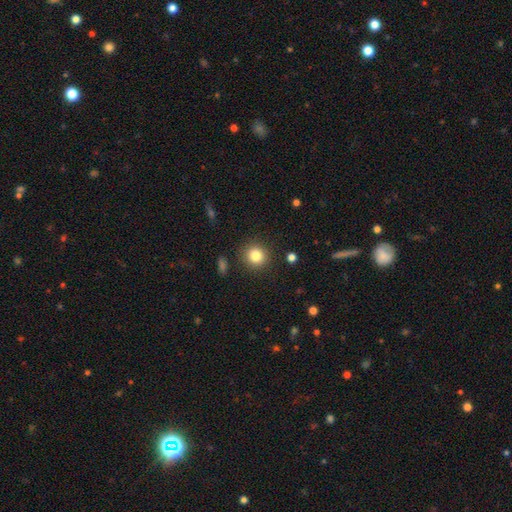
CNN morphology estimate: Smooth or featured: smooth — 83% (star or artifact — 11%)
How rounded: round — 90% (in between — 9%)
Merging: none — 89% (minor disturbance — 7%)